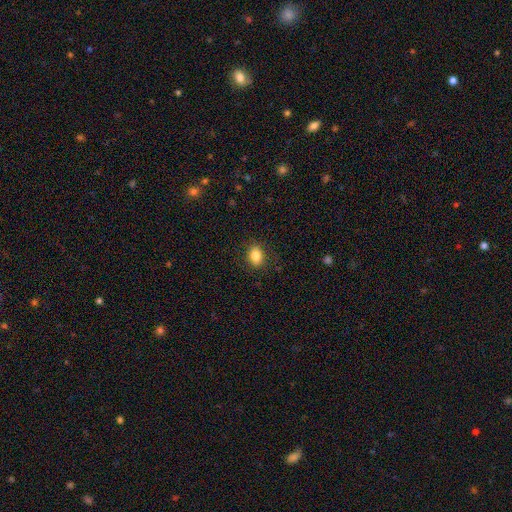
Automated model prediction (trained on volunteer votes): A smooth galaxy with no disk features (85%) that is in between round and cigar-shaped (67%).

Vote fractions:
- Smooth or featured? smooth: 85% / star or artifact: 9% / featured or disk: 6%
- How rounded? in between: 67% / round: 32% / cigar-shaped: 1%
- Merging? none: 86% / minor disturbance: 10% / major disturbance: 3% / merger: 1%